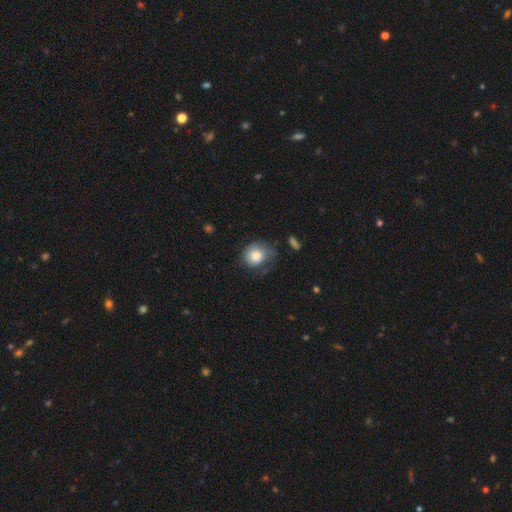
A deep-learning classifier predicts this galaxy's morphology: smooth 80%, featured or disk 12%, star or artifact 8%. Down the decision tree: how rounded — round (79%); merging — none (50%).